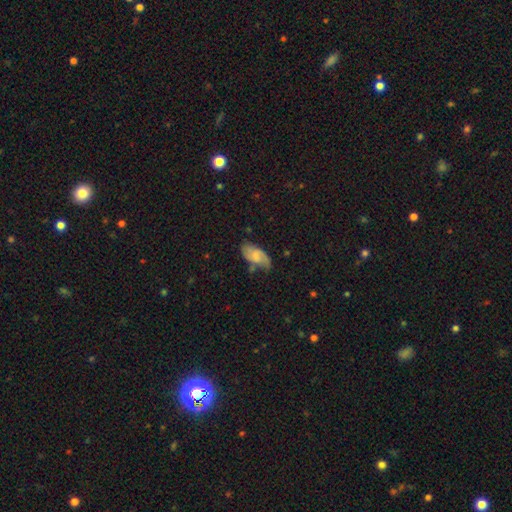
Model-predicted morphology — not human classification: Q: Smooth or featured?
A: smooth (47%); runner-up: featured or disk (45%)
Q: Merging?
A: none (55%); runner-up: minor disturbance (30%)